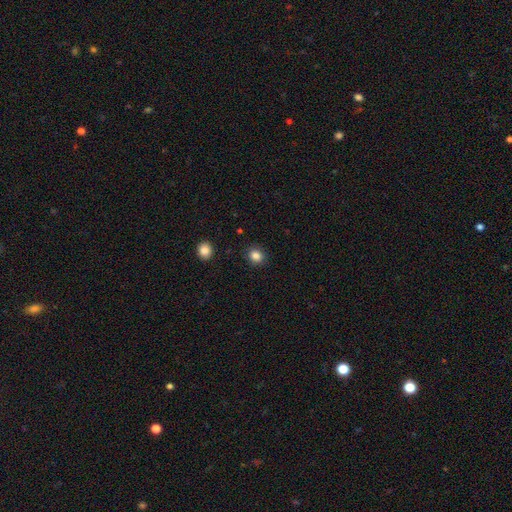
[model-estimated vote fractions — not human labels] smooth_or_featured: smooth (p=0.85) [alt: star or artifact p=0.11]
how_rounded: round (p=0.68) [alt: in between p=0.32]
merging: none (p=0.89) [alt: minor disturbance p=0.08]